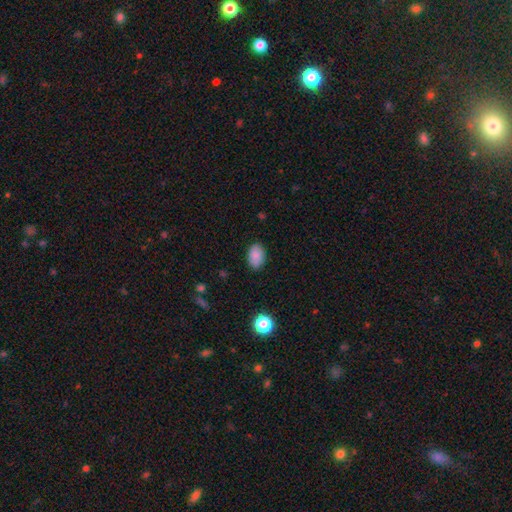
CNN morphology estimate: This appears to be a smooth galaxy with no disk features (87%) that is in between round and cigar-shaped (86%). Merging: none (85%).